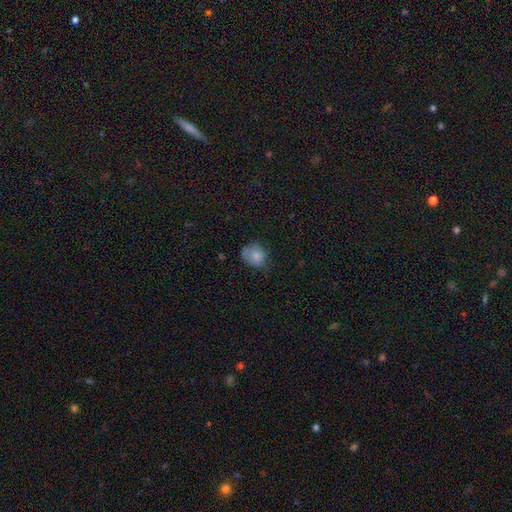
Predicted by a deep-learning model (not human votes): The model was most divided on "merging": none: 58%, minor disturbance: 30%, major disturbance: 9%, merger: 2%. More confident: smooth or featured — smooth (81%); how rounded — round (65%).